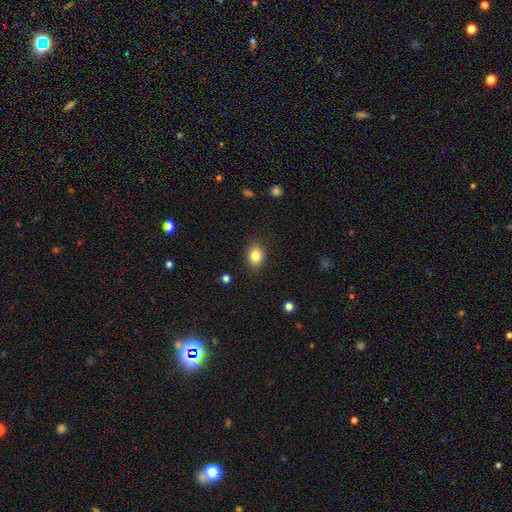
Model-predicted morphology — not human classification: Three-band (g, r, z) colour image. It shows a smooth galaxy with no disk features (83%) that is in between round and cigar-shaped (62%). Merging: none (87%).